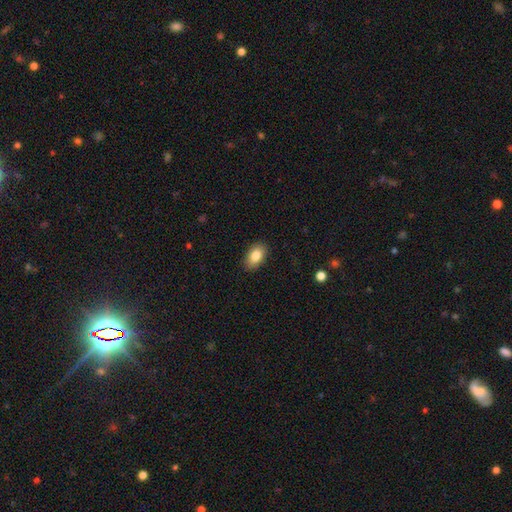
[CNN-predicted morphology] Smooth or featured: smooth — 84% (featured or disk — 9%)
How rounded: in between — 92% (round — 7%)
Merging: none — 88% (minor disturbance — 9%)